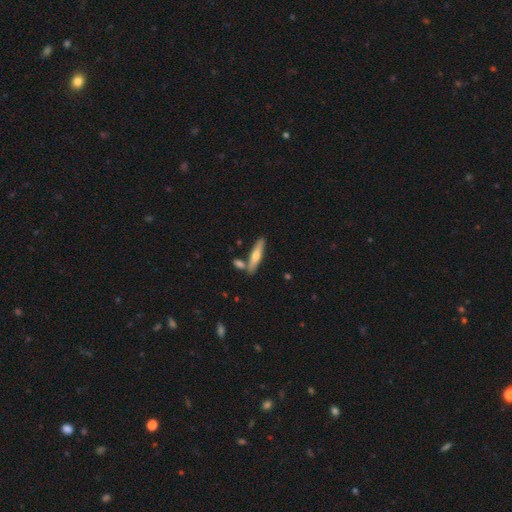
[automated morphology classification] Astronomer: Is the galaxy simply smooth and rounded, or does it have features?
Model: smooth — 48% (runner-up: featured or disk, 47%).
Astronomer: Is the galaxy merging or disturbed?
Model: none — 74%.